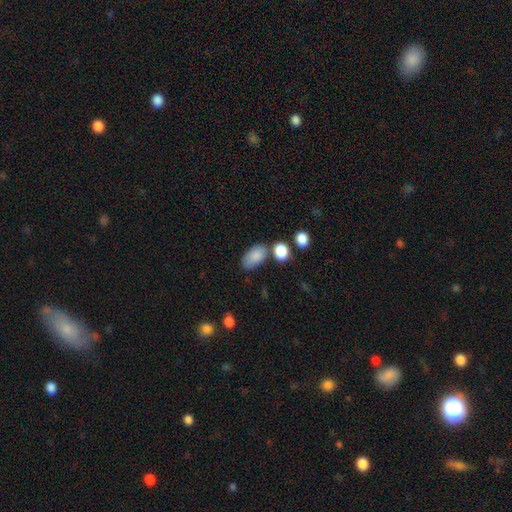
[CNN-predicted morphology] Overall: smooth (85%). How rounded: in between (92%). Merging: none (65%).